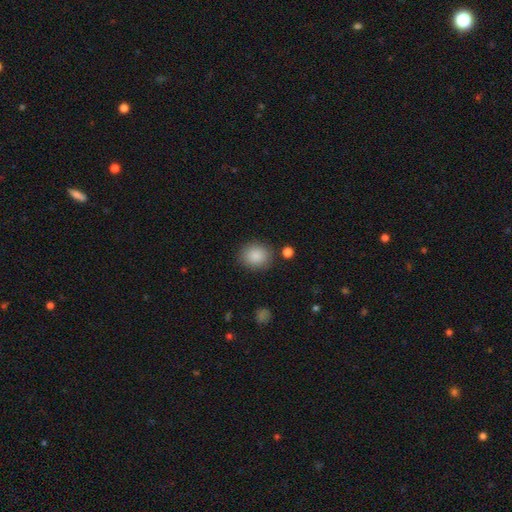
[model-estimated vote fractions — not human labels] Smooth or featured?
  - smooth: 88% *
  - star or artifact: 8%
  - featured or disk: 4%
How rounded?
  - round: 71% *
  - in between: 28%
  - cigar-shaped: 1%
Merging?
  - none: 84% *
  - minor disturbance: 10%
  - major disturbance: 3%
  - merger: 3%